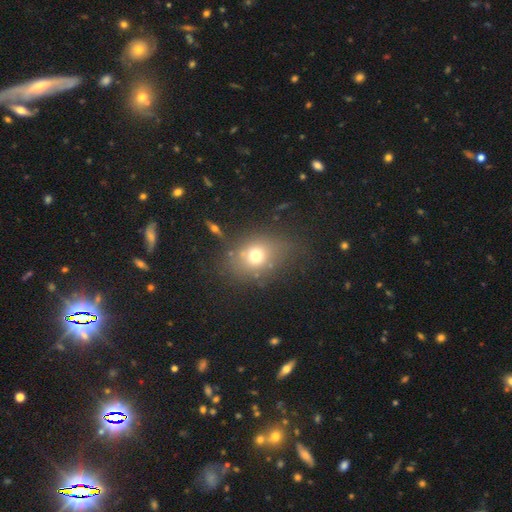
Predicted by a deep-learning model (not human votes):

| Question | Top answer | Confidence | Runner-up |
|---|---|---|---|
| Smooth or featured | smooth | 68% | featured or disk (16%) |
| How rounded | round | 55% | in between (44%) |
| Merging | none | 69% | minor disturbance (16%) |